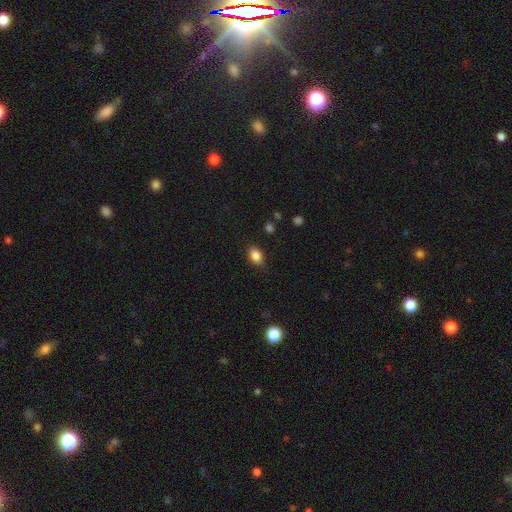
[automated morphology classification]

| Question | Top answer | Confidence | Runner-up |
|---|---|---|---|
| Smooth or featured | smooth | 85% | star or artifact (9%) |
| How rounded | in between | 73% | round (25%) |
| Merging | none | 81% | minor disturbance (15%) |